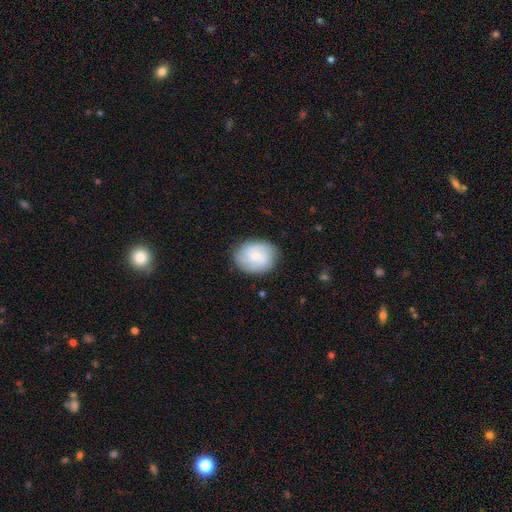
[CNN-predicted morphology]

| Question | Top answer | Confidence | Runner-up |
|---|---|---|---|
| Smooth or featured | smooth | 51% | featured or disk (42%) |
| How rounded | round | 53% | in between (46%) |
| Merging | none | 83% | minor disturbance (13%) |